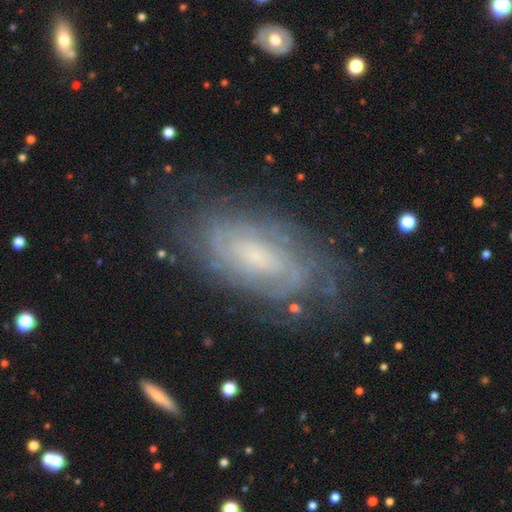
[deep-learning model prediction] Smooth or featured: featured or disk — 76% (smooth — 16%)
Edge-on disk: no — 92% (yes — 8%)
Bar: no — 61% (weak — 31%)
Spiral arms: yes — 90% (no — 10%)
Spiral winding: tight — 68% (medium — 25%)
Spiral arm count: can't tell — 54% (2 — 21%)
Bulge size: small — 60% (moderate — 23%)
Merging: none — 73% (minor disturbance — 17%)